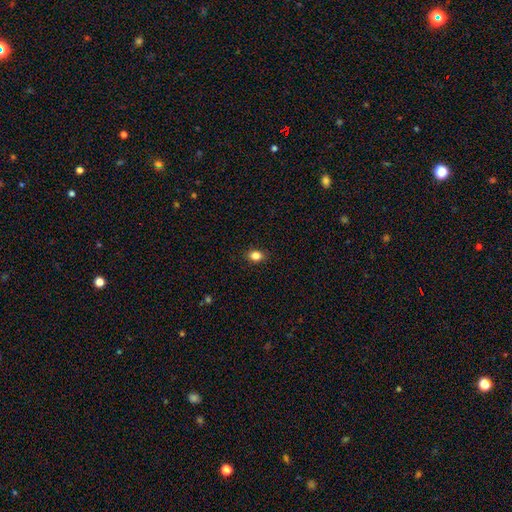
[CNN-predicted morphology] Overall: smooth (85%). How rounded: in between (70%). Merging: none (89%).